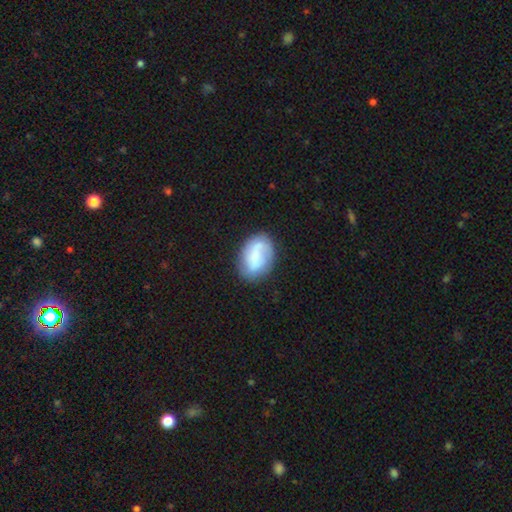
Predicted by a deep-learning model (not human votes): Smooth or featured? Predicted: smooth (p=0.57). How rounded? Predicted: in between (p=0.76). Merging? Predicted: none (p=0.66).